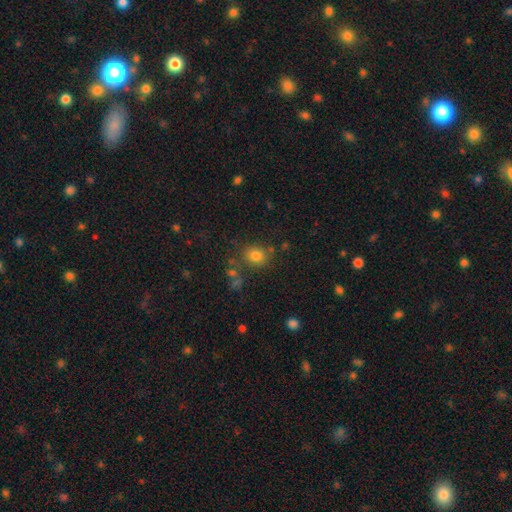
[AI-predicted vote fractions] smooth-or-featured: smooth: 79% | star or artifact: 14% | featured or disk: 8%
  how-rounded: round: 72% | in between: 27% | cigar-shaped: 1%
  merging: none: 74% | minor disturbance: 13% | merger: 8% | major disturbance: 5%